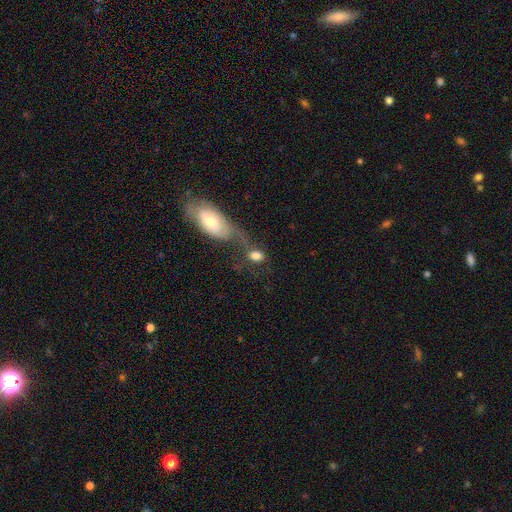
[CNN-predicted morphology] type=smooth (72%); roundness=in between (64%); merging=merger (44%).